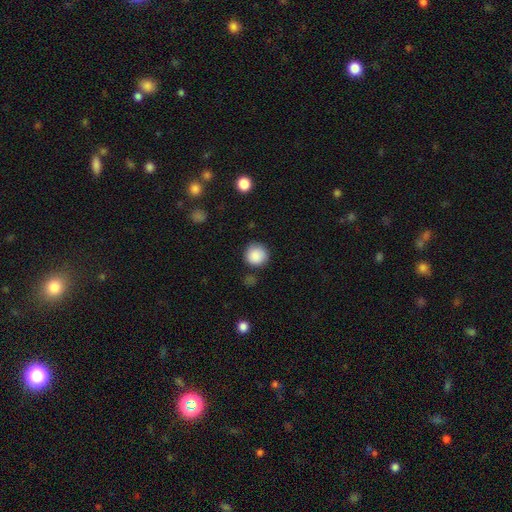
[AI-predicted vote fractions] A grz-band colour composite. It shows a smooth galaxy with no disk features (88%) that is round (93%). Merging: none (83%).